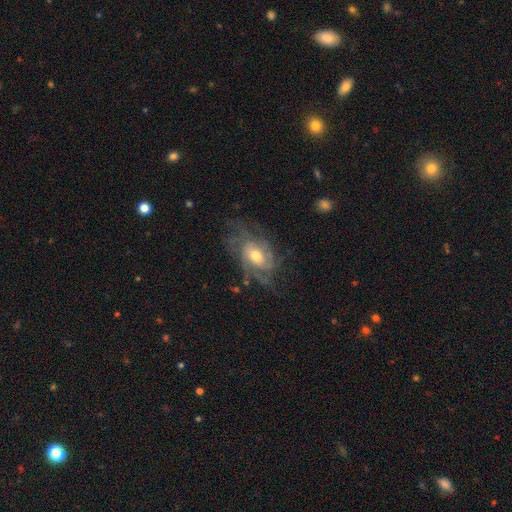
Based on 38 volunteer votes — A featured or disk galaxy (87%) with no bar (61%), medium (52%) spiral arms (87%) and a moderate central bulge (71%).

Vote fractions:
- Smooth or featured? featured or disk: 87% / smooth: 13% / star or artifact: 0%
- Edge-on disk? no: 94% / yes: 6%
- Bar? no: 61% / weak: 35% / strong: 3%
- Spiral arms? yes: 87% / no: 13%
- Spiral winding? medium: 52% / tight: 44% / loose: 4%
- Spiral arm count? can't tell: 41% / 3: 19% / more than 4: 19% / 2: 11% / 4: 11% / 1: 0%
- Bulge size? moderate: 71% / small: 23% / large: 6% / dominant: 0% / none: 0%
- Merging? none: 53% / major disturbance: 32% / minor disturbance: 13% / merger: 3%